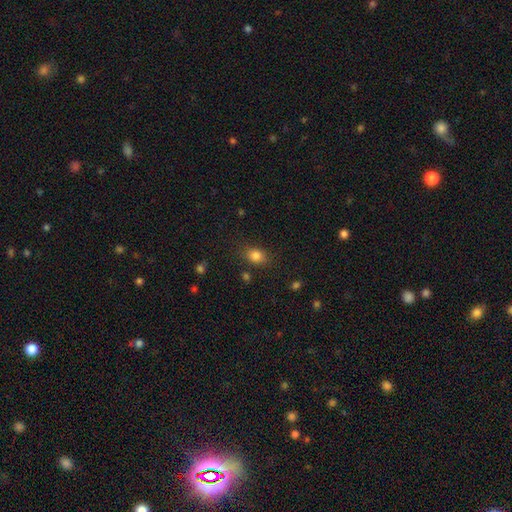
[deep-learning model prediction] smooth 83%, star or artifact 11%, featured or disk 6%. Down the decision tree: how rounded — in between (59%); merging — none (81%).